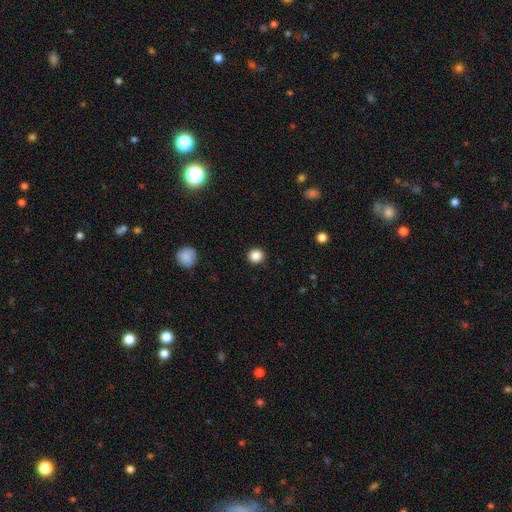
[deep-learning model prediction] smooth_or_featured: smooth (p=0.86) [alt: star or artifact p=0.11]
how_rounded: round (p=0.93) [alt: in between p=0.06]
merging: none (p=0.92) [alt: minor disturbance p=0.05]